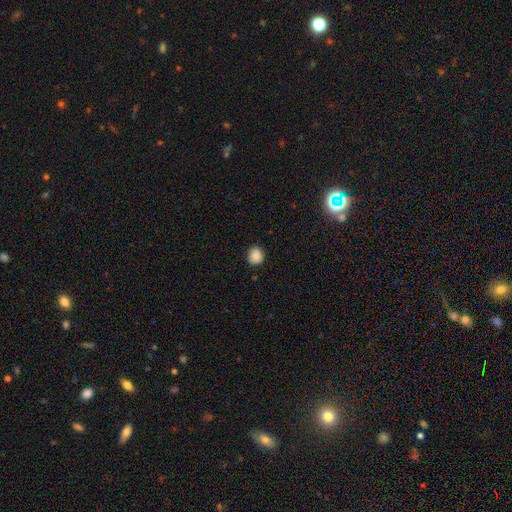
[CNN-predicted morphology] A smooth galaxy with no disk features (86%) that is round (82%).

Vote fractions:
- Smooth or featured? smooth: 86% / star or artifact: 9% / featured or disk: 5%
- How rounded? round: 82% / in between: 17% / cigar-shaped: 1%
- Merging? none: 83% / minor disturbance: 13% / major disturbance: 3% / merger: 1%